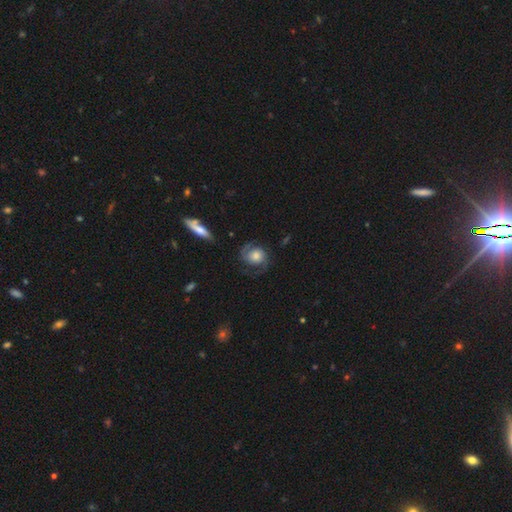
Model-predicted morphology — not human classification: Overall: featured or disk (74%). Edge-on disk: no (97%). Bar: no (72%). Spiral arms: yes (95%). Spiral arm count: 2 (87%). Spiral winding: medium (46%; tight 32%). Bulge size: moderate (43%; large 31%). Merging: none (70%).